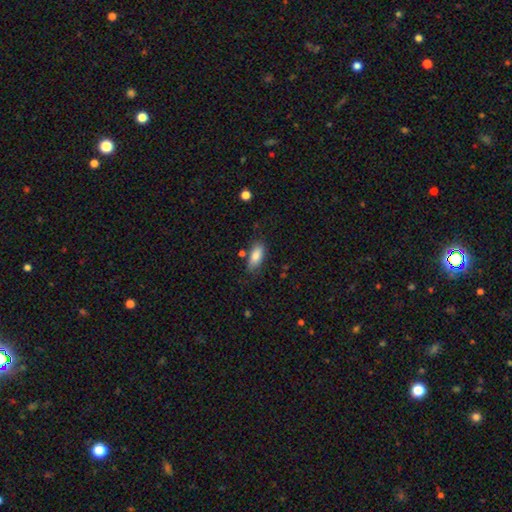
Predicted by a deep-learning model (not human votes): smooth_or_featured: smooth (p=0.83) [alt: featured or disk p=0.10]
how_rounded: in between (p=0.84) [alt: cigar-shaped p=0.13]
merging: none (p=0.74) [alt: minor disturbance p=0.17]